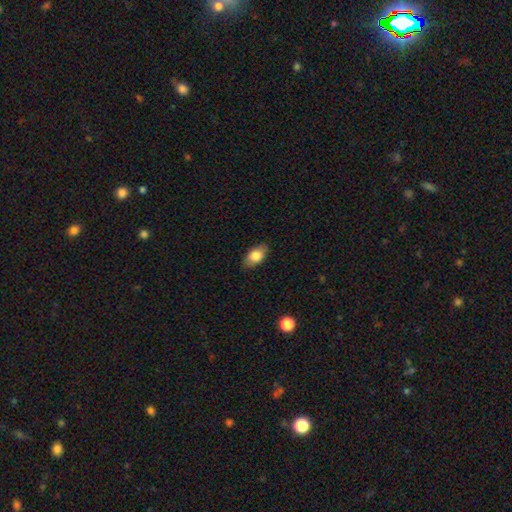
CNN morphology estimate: smooth 81%, featured or disk 12%, star or artifact 7%. Down the decision tree: how rounded — in between (90%); merging — none (85%).